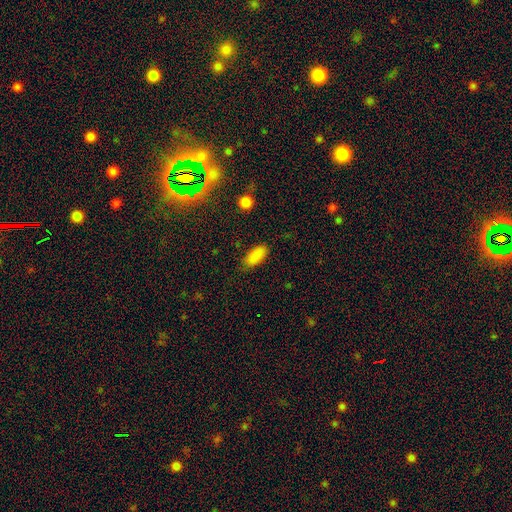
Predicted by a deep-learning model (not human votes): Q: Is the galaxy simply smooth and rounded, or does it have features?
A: smooth — 87%.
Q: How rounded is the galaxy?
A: in between — 88%.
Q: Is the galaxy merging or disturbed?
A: none — 81%.